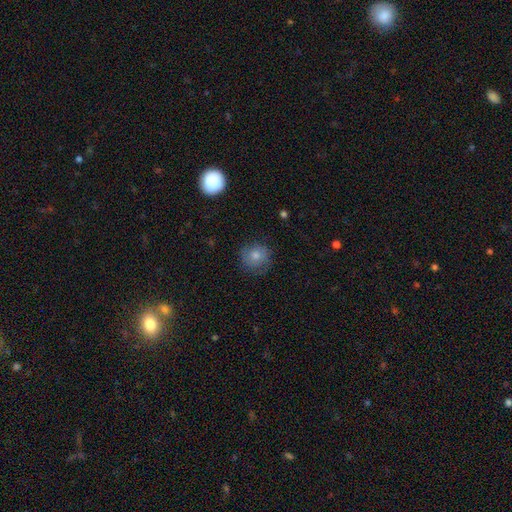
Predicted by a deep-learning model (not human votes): Smooth or featured? smooth (64%)
How rounded? round (86%)
Merging? none (72%)